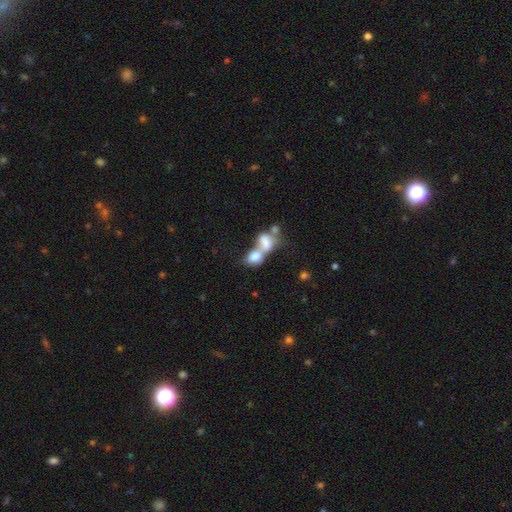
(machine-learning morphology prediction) smooth-or-featured: smooth: 72% | featured or disk: 19% | star or artifact: 9%
  how-rounded: in between: 75% | round: 23% | cigar-shaped: 2%
  merging: merger: 76% | none: 13% | major disturbance: 6% | minor disturbance: 5%